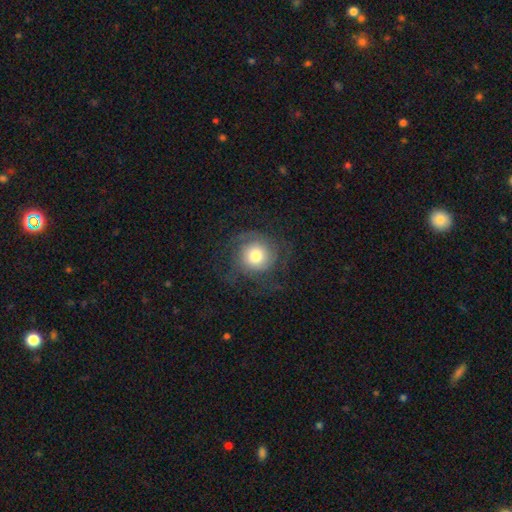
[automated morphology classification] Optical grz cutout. It shows a featured or disk galaxy (55%) with no bar (81%), spiral arms (87%) and a moderate central bulge (52%). Merging: none (67%).